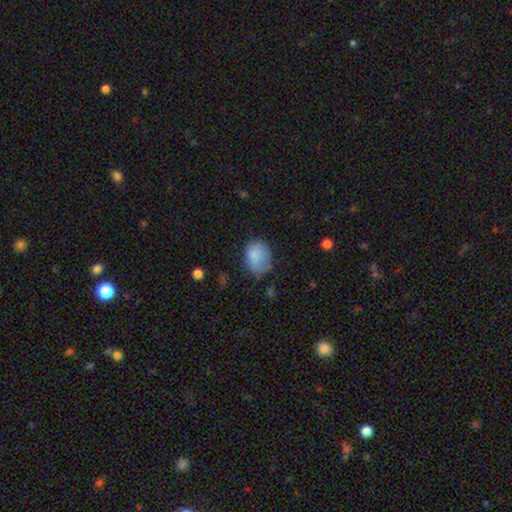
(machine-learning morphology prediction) Smooth or featured?
  - smooth: 84% *
  - star or artifact: 8%
  - featured or disk: 8%
How rounded?
  - in between: 67% *
  - round: 32%
  - cigar-shaped: 1%
Merging?
  - none: 53% *
  - minor disturbance: 32%
  - major disturbance: 12%
  - merger: 3%